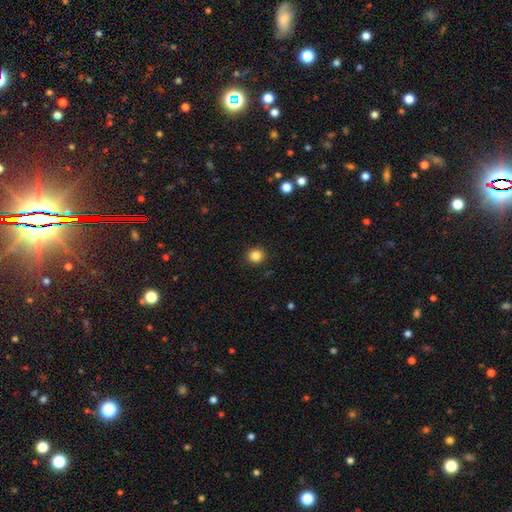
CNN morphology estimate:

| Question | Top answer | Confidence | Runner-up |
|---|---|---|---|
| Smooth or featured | smooth | 85% | star or artifact (11%) |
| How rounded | round | 89% | in between (10%) |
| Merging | none | 92% | minor disturbance (5%) |